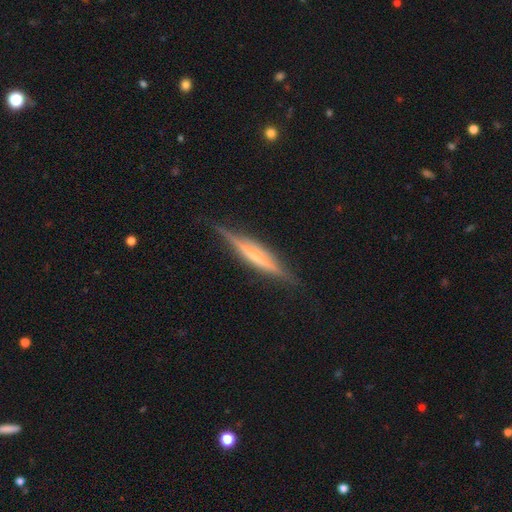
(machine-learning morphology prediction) This appears to be a featured or disk galaxy (71%) viewed edge-on (96%) with no central bulge (40%). Merging: none (84%).